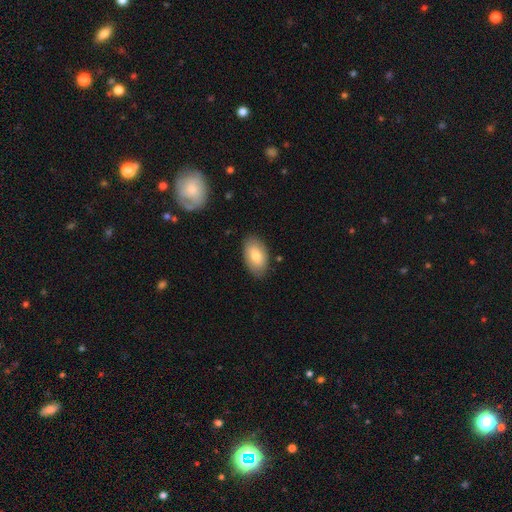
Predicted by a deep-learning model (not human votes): A smooth galaxy with no disk features (78%) that is in between round and cigar-shaped (94%). Merging: none (84%).